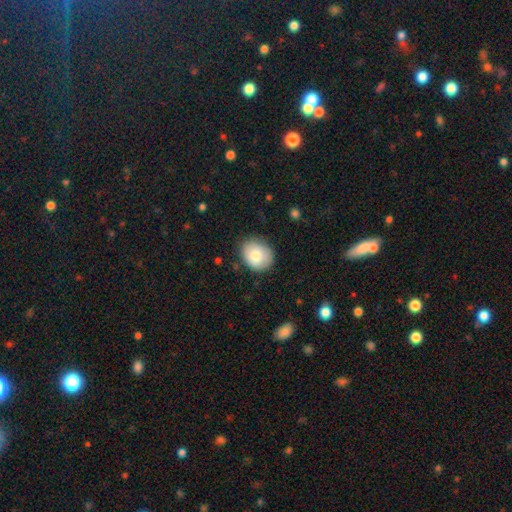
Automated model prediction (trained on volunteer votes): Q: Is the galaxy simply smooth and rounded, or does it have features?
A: smooth — 80%.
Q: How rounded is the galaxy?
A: round — 56%.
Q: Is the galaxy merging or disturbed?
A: none — 81%.